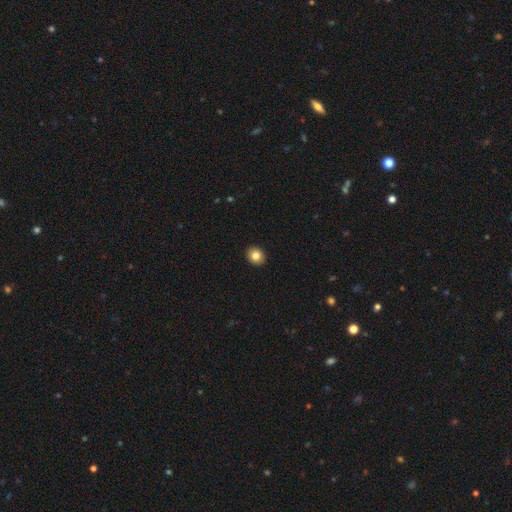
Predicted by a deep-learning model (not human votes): Smooth or featured?
  - smooth: 82% *
  - star or artifact: 10%
  - featured or disk: 8%
How rounded?
  - round: 68% *
  - in between: 31%
  - cigar-shaped: 1%
Merging?
  - none: 92% *
  - minor disturbance: 5%
  - major disturbance: 1%
  - merger: 1%